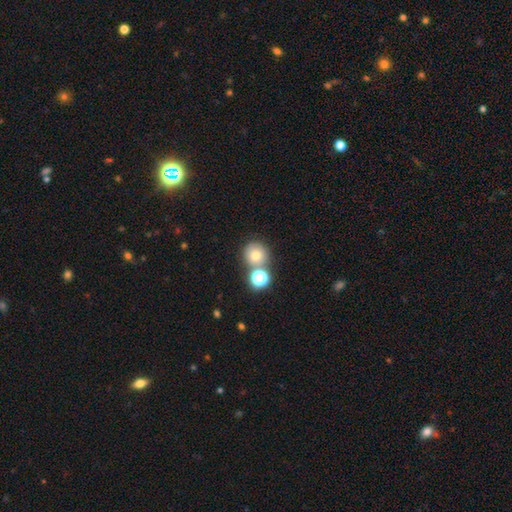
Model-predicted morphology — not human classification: smooth_or_featured: smooth (p=0.74) [alt: star or artifact p=0.16]
how_rounded: round (p=0.89) [alt: in between p=0.10]
merging: none (p=0.63) [alt: merger p=0.25]